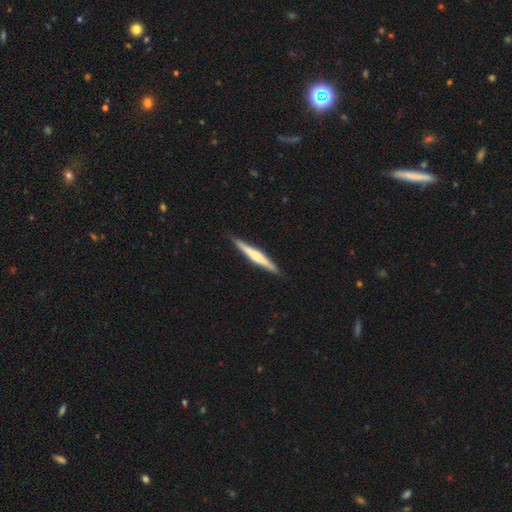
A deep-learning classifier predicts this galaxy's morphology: This is possibly a featured or disk galaxy (58%). It is clearly viewed edge-on (98%). Edge-on bulge: possibly rounded (56%). Merging: clearly none (90%).